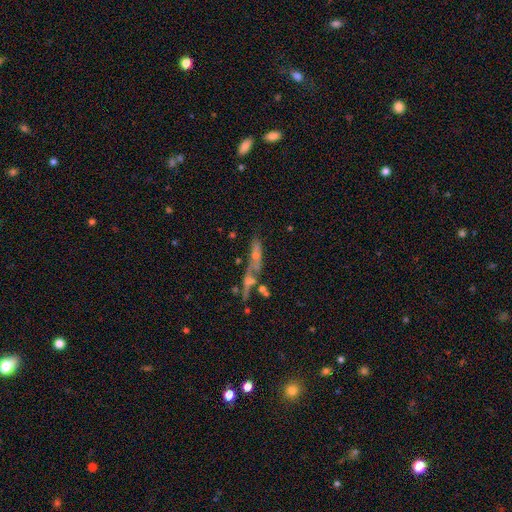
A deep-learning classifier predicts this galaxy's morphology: type=featured or disk (49%); merging=merger (37%).